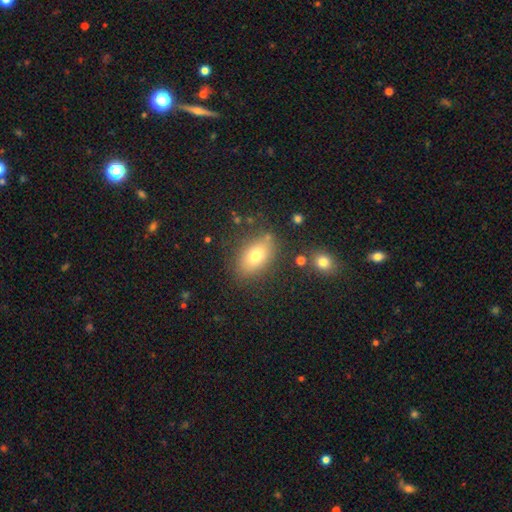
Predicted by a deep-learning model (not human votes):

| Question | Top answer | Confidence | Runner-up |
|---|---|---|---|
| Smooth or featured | smooth | 74% | featured or disk (16%) |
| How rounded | in between | 85% | round (12%) |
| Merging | none | 79% | minor disturbance (12%) |